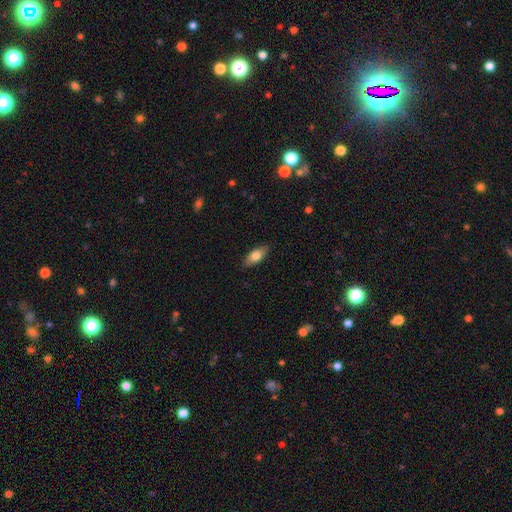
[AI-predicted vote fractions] smooth_or_featured: smooth (p=0.73) [alt: featured or disk p=0.21]
how_rounded: in between (p=0.81) [alt: cigar-shaped p=0.16]
merging: none (p=0.87) [alt: minor disturbance p=0.10]